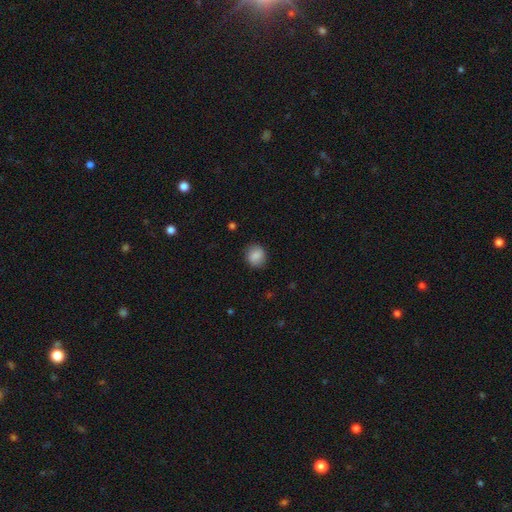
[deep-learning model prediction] This is clearly a smooth galaxy (86%). How rounded: likely round (79%). Merging: clearly none (86%).